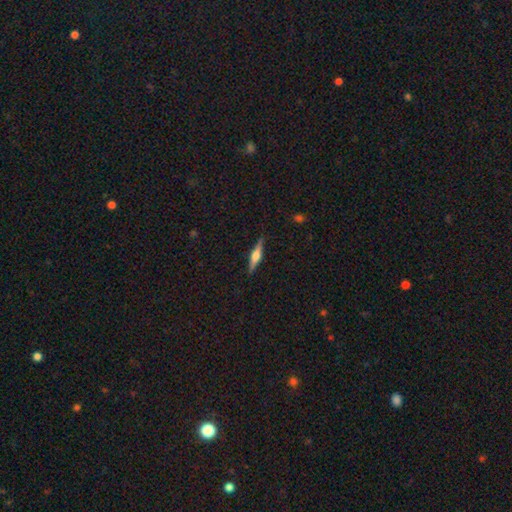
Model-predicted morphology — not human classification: smooth_or_featured: featured or disk (p=0.71) [alt: smooth p=0.23]
disk_edge_on: yes (p=0.98) [alt: no p=0.02]
edge_on_bulge: rounded (p=0.88) [alt: boxy p=0.10]
merging: none (p=0.89) [alt: minor disturbance p=0.08]